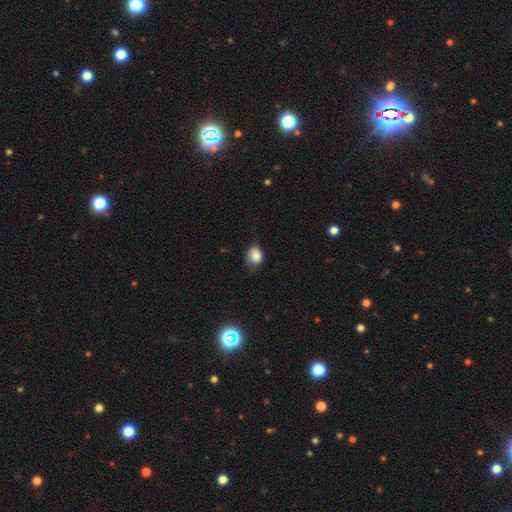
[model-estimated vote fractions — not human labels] This appears to be a smooth galaxy with no disk features (84%) that is round (60%). Merging: none (56%).